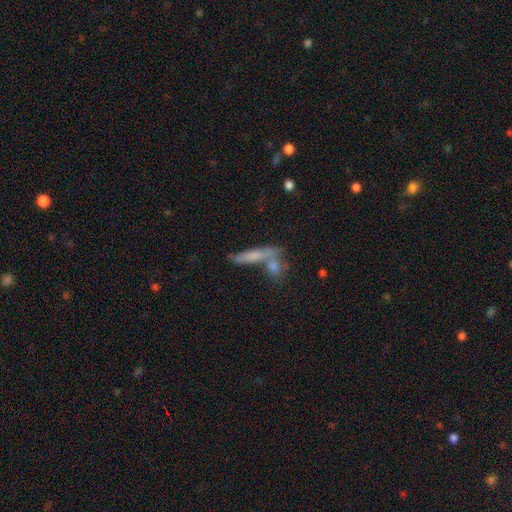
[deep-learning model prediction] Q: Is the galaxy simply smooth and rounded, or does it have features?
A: smooth — 58%.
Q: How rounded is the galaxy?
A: cigar-shaped — 79%.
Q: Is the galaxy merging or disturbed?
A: none — 56%.